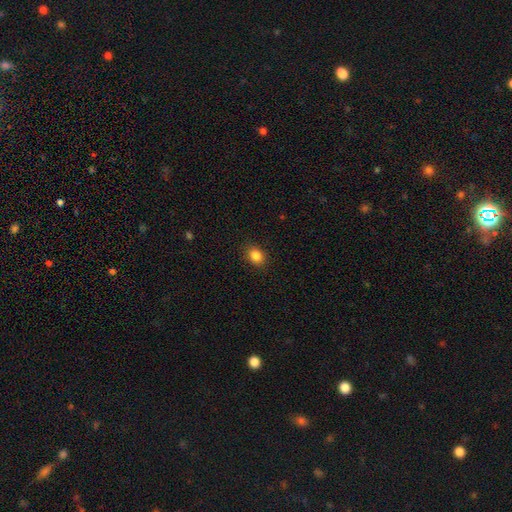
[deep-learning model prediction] This appears to be a smooth galaxy with no disk features (86%) that is in between round and cigar-shaped (55%). Merging: none (88%).